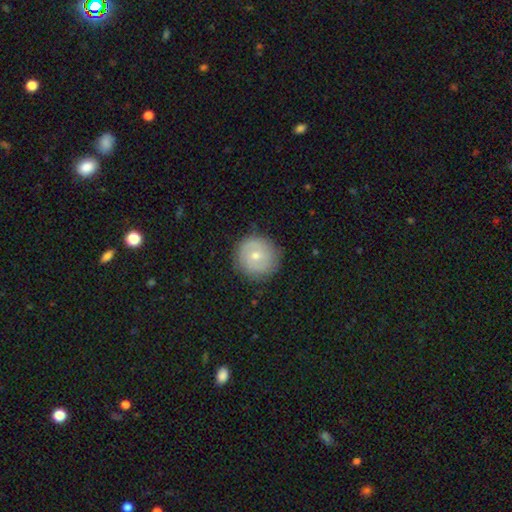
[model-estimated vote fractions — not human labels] A smooth galaxy with no disk features (56%) that is round (93%). Merging: none (84%).